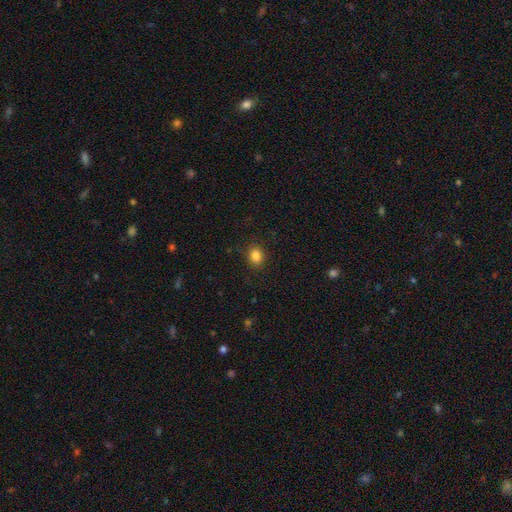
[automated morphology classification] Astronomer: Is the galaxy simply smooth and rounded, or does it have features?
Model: smooth — 85%.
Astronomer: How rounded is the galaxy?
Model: round — 54% (runner-up: in between, 45%).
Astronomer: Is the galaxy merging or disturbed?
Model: none — 87%.